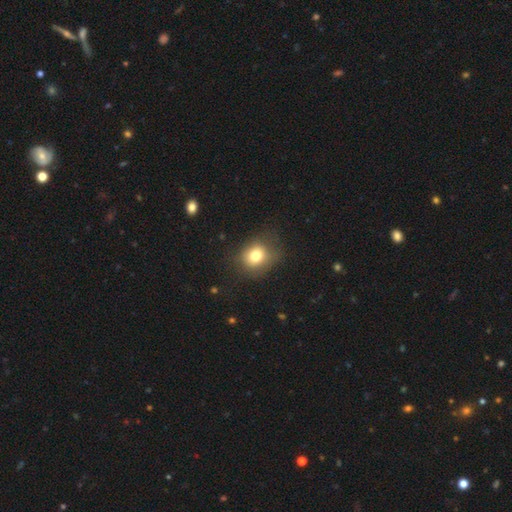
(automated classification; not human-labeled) Overall: smooth (77%). How rounded: round (68%; in between 31%). Merging: none (72%).